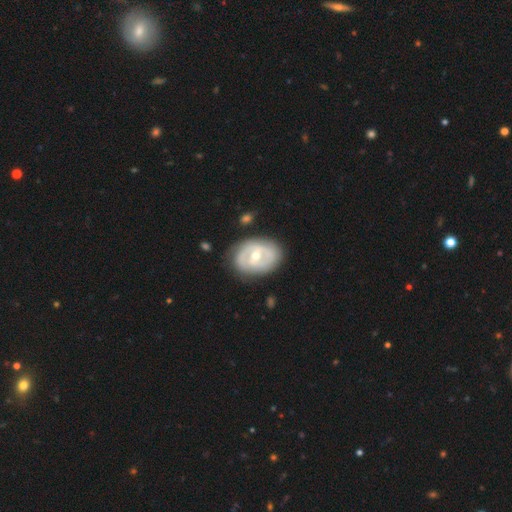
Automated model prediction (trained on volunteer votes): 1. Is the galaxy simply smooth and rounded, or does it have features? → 72% featured or disk, 23% smooth, 5% star or artifact.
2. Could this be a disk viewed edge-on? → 96% no, 4% yes.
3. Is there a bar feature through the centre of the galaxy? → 40% weak, 39% no, 20% strong.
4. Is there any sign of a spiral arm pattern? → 57% yes, 43% no.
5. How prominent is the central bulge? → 69% moderate, 26% small, 3% large, 1% none, 1% dominant.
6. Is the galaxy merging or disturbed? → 76% none, 17% minor disturbance, 5% major disturbance, 2% merger.